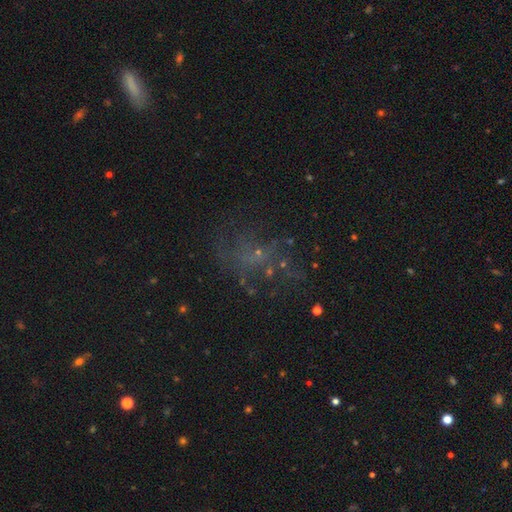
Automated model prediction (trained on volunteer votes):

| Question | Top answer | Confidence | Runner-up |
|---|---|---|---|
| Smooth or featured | featured or disk | 40% | star or artifact (35%) |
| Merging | none | 50% | major disturbance (29%) |